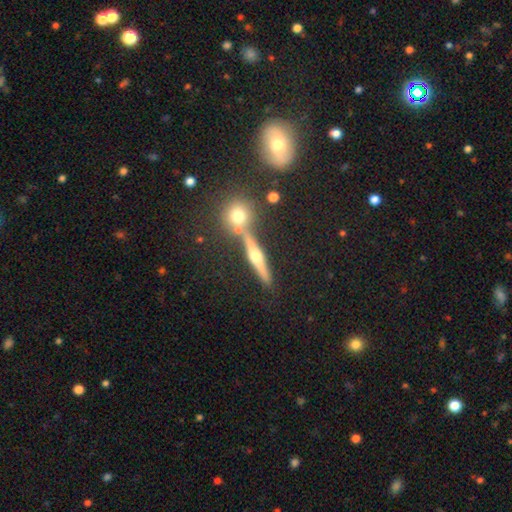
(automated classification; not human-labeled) featured or disk 65%, smooth 23%, star or artifact 12%. Down the decision tree: edge-on disk — yes (93%); edge-on bulge — rounded (94%); merging — none (79%).